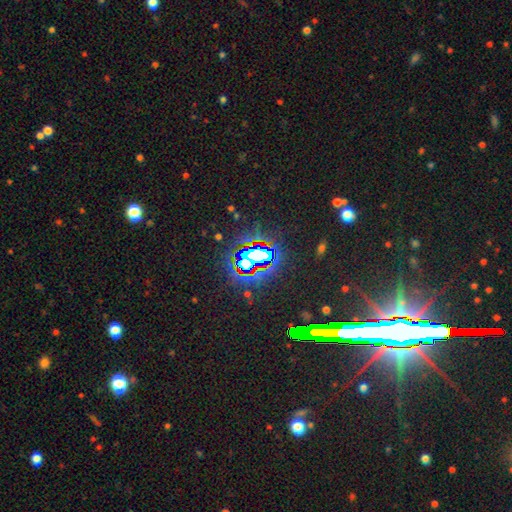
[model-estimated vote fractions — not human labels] star or artifact 74%, smooth 14%, featured or disk 12%.